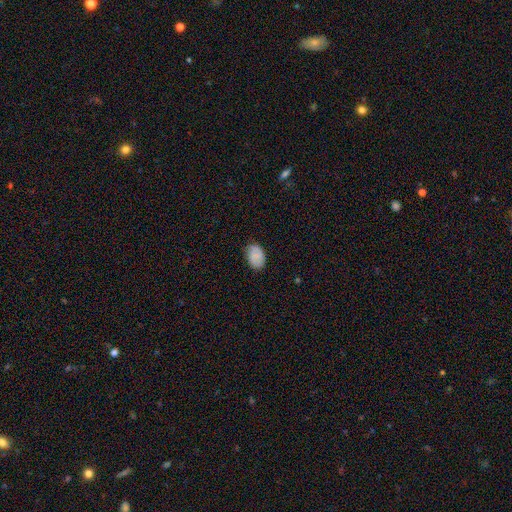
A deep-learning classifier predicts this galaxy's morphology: smooth-or-featured: smooth: 79% | featured or disk: 13% | star or artifact: 8%
  how-rounded: in between: 87% | round: 12% | cigar-shaped: 1%
  merging: none: 79% | minor disturbance: 17% | major disturbance: 3% | merger: 1%